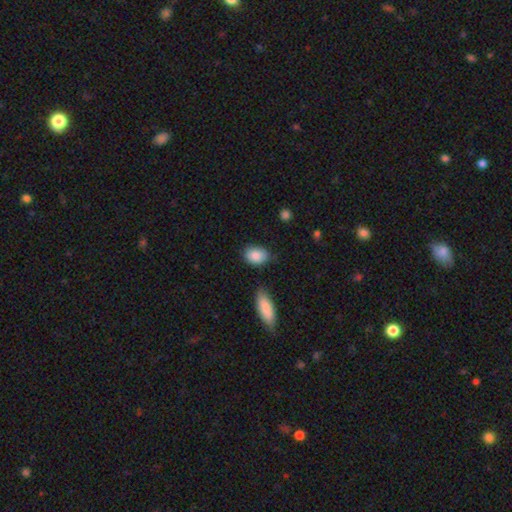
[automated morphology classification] This is clearly a smooth galaxy (87%). How rounded: clearly in between (81%). Merging: likely none (75%).